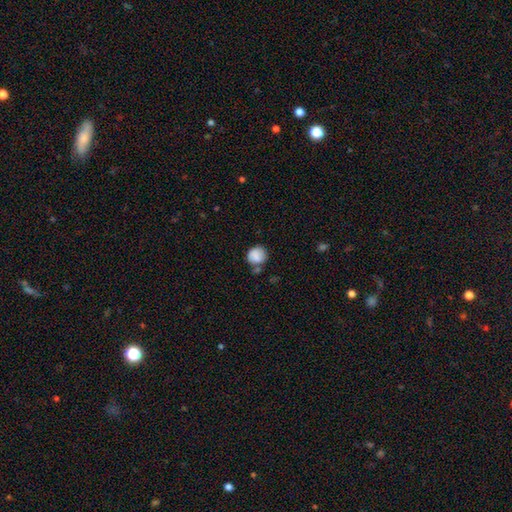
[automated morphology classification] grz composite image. It shows a smooth galaxy with no disk features (84%) that is round (82%). Merging: none (60%).